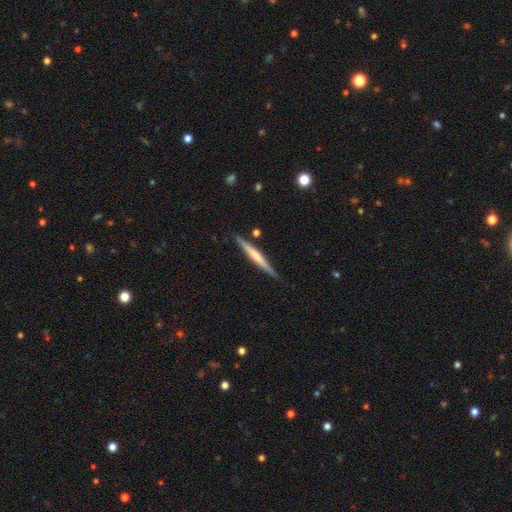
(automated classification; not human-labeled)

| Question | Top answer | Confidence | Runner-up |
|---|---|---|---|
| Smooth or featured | featured or disk | 53% | smooth (42%) |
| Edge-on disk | yes | 97% | no (3%) |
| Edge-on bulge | none | 58% | rounded (25%) |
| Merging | none | 85% | minor disturbance (11%) |